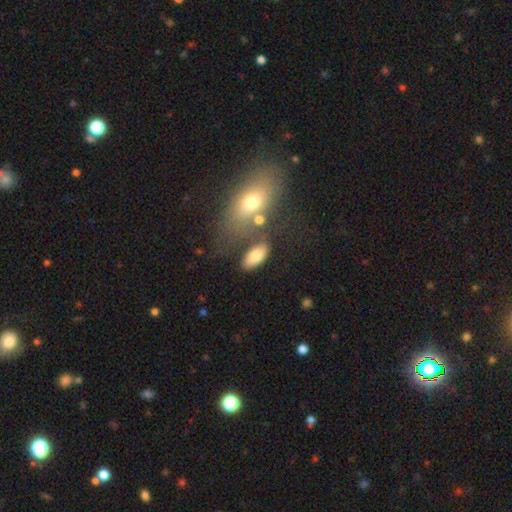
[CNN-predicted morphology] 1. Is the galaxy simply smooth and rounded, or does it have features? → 78% smooth, 14% featured or disk, 9% star or artifact.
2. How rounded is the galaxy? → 90% in between, 6% cigar-shaped, 4% round.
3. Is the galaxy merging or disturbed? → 59% none, 17% minor disturbance, 15% merger, 9% major disturbance.